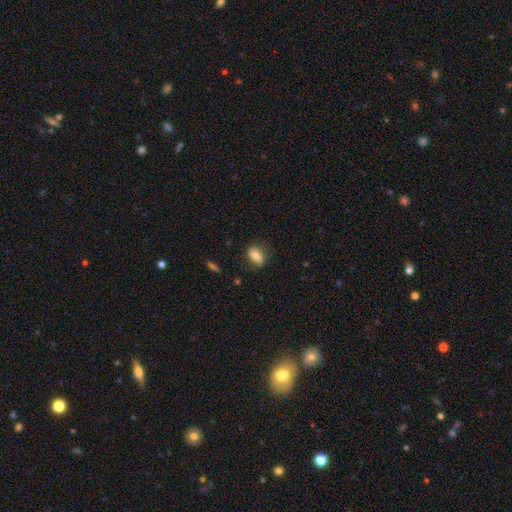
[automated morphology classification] This is likely a smooth galaxy (72%). How rounded: clearly in between (80%). Merging: likely none (70%).